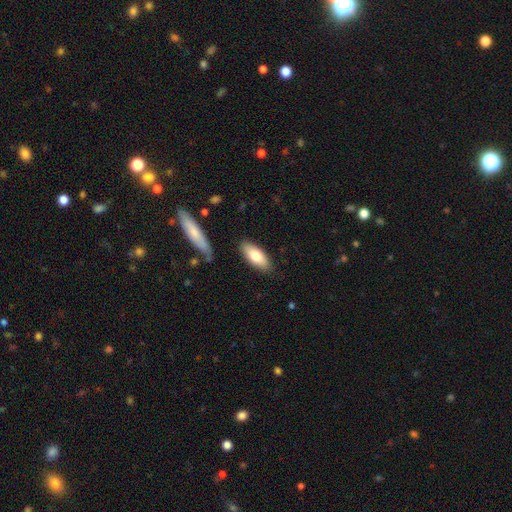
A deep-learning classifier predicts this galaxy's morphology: smooth 76%, featured or disk 18%, star or artifact 6%. Down the decision tree: how rounded — in between (79%); merging — none (84%).